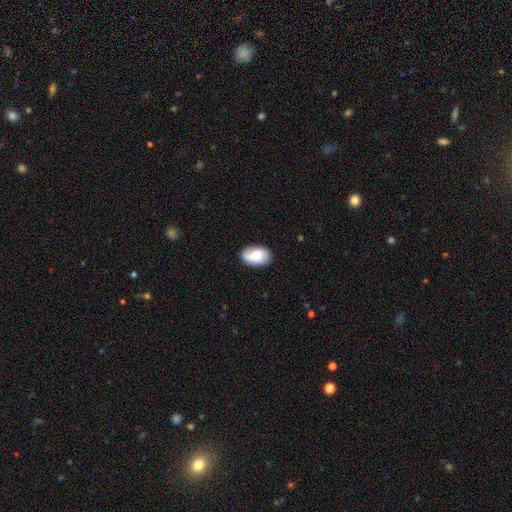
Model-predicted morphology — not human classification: Smooth or featured?
  - smooth: 63% *
  - featured or disk: 30%
  - star or artifact: 7%
How rounded?
  - in between: 90% *
  - round: 9%
  - cigar-shaped: 1%
Merging?
  - none: 80% *
  - minor disturbance: 15%
  - major disturbance: 4%
  - merger: 1%